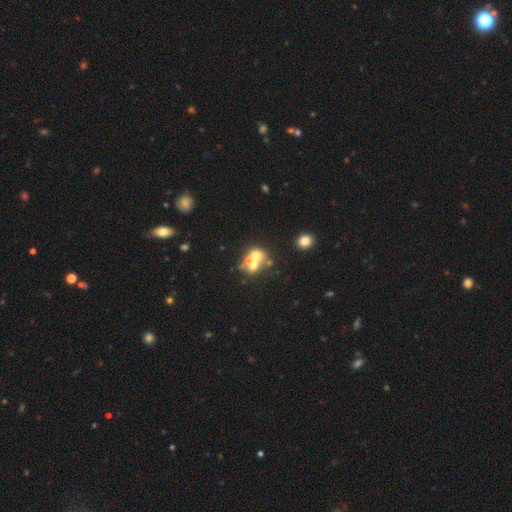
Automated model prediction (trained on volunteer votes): smooth-or-featured: smooth: 51% | featured or disk: 33% | star or artifact: 16%
  how-rounded: round: 72% | in between: 27% | cigar-shaped: 1%
  merging: merger: 57% | none: 30% | minor disturbance: 7% | major disturbance: 6%